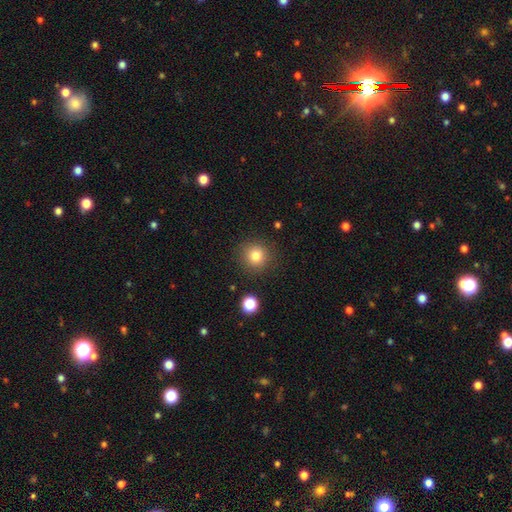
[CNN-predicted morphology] This appears to be a smooth galaxy with no disk features (81%) that is round (93%). Merging: none (88%).